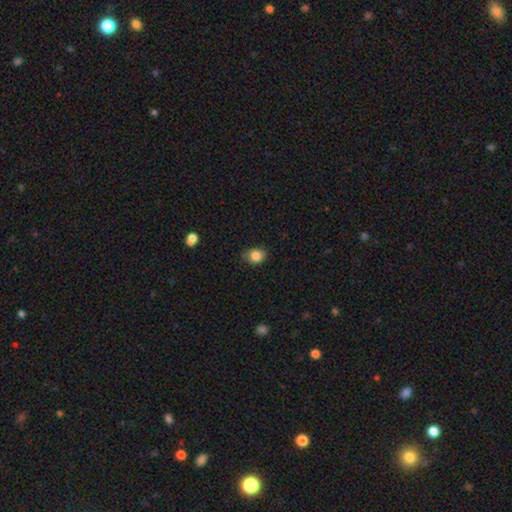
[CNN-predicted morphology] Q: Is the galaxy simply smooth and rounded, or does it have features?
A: smooth — 84%.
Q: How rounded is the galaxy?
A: round — 53%.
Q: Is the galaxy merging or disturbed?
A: none — 72%.